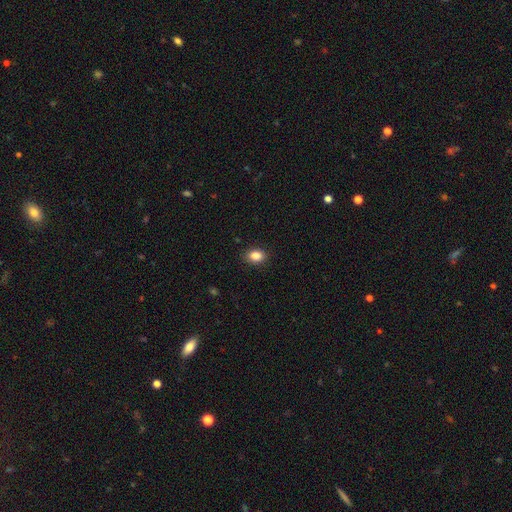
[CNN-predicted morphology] The model was most divided on "how rounded": in between: 73%, round: 25%, cigar-shaped: 1%. More confident: merging — none (89%); smooth or featured — smooth (87%).